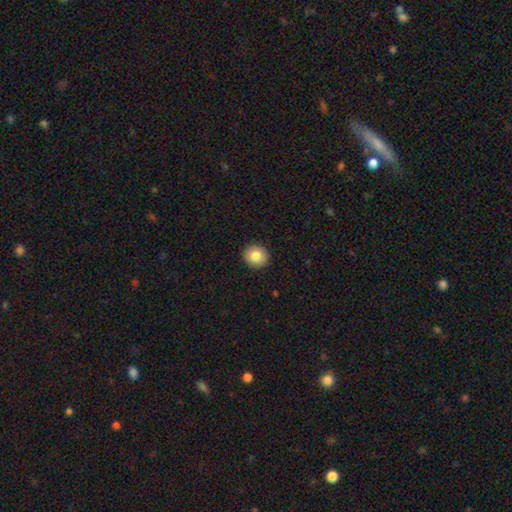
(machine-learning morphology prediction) Smooth or featured: smooth — 81% (featured or disk — 10%)
How rounded: round — 90% (in between — 9%)
Merging: none — 93% (minor disturbance — 5%)